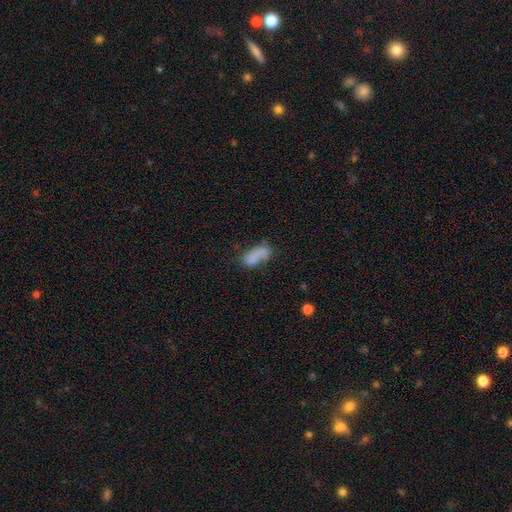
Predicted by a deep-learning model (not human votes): Overall: smooth (72%). How rounded: in between (84%). Merging: none (41%; minor disturbance 23%).